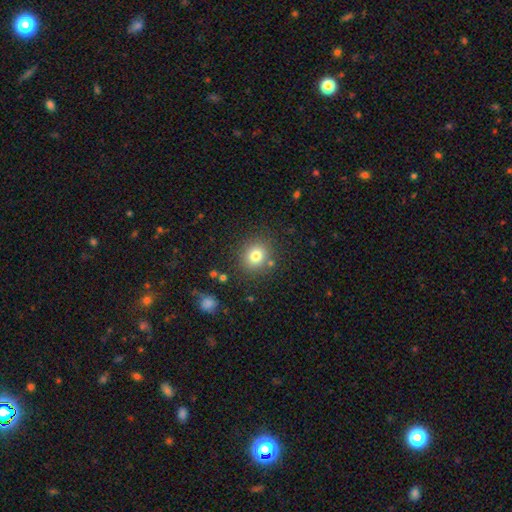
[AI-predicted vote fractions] Overall: smooth (79%). How rounded: round (81%). Merging: none (83%).